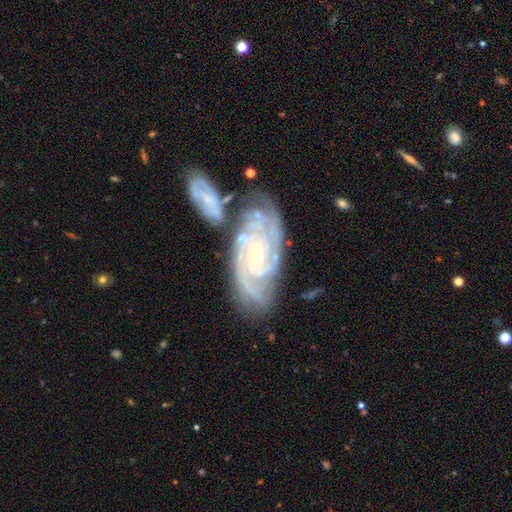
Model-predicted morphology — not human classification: featured or disk 90%, star or artifact 5%, smooth 5%. Down the decision tree: edge-on disk — no (96%); bar — no (66%); spiral arms — yes (98%); spiral arm count — 3 (27%); spiral winding — tight (73%); bulge size — small (79%); merging — none (53%).